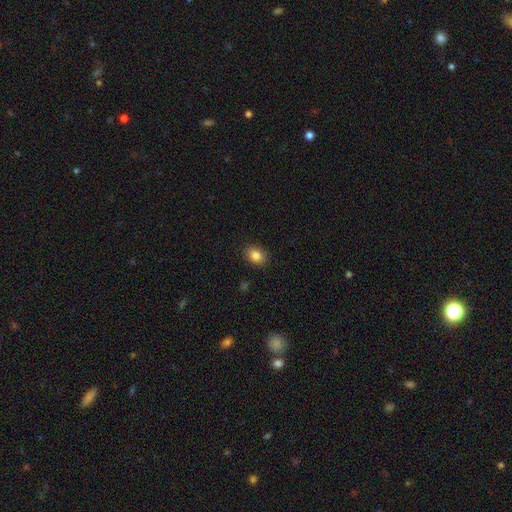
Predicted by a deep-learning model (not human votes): A smooth galaxy with no disk features (85%) that is in between round and cigar-shaped (66%).

Vote fractions:
- Smooth or featured? smooth: 85% / star or artifact: 9% / featured or disk: 6%
- How rounded? in between: 66% / round: 33% / cigar-shaped: 1%
- Merging? none: 89% / minor disturbance: 8% / major disturbance: 2% / merger: 1%